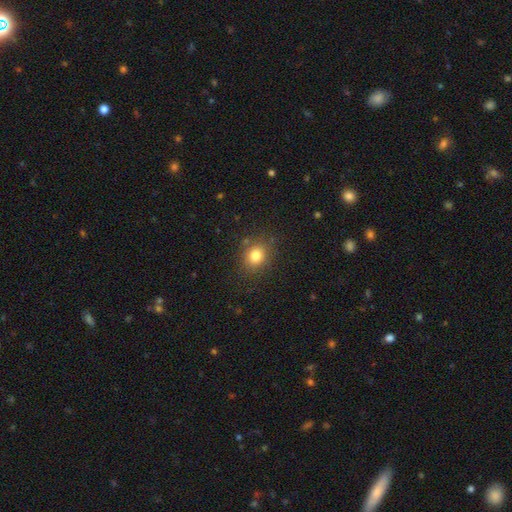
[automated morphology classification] smooth_or_featured: smooth (p=0.80) [alt: star or artifact p=0.12]
how_rounded: round (p=0.64) [alt: in between p=0.35]
merging: none (p=0.82) [alt: minor disturbance p=0.11]